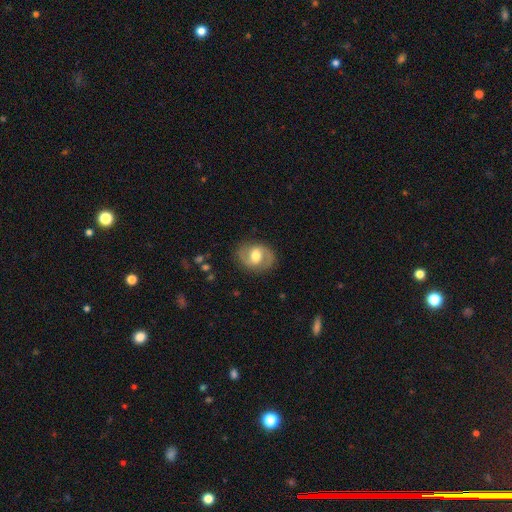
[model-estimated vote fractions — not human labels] smooth-or-featured: featured or disk: 69% | smooth: 25% | star or artifact: 6%
  disk-edge-on: no: 97% | yes: 3%
    bar: weak: 48% | no: 36% | strong: 17%
    has-spiral-arms: yes: 84% | no: 16%
      spiral-winding: medium: 52% | loose: 25% | tight: 23%
      spiral-arm-count: 2: 89% | can't tell: 5% | 1: 3% | 3: 1% | 4: 1% | more than 4: 1%
    bulge-size: moderate: 65% | large: 23% | small: 9% | dominant: 2% | none: 1%
  merging: none: 82% | minor disturbance: 12% | major disturbance: 5% | merger: 1%